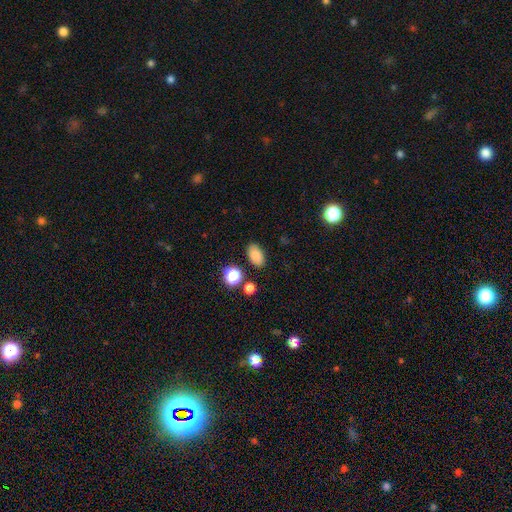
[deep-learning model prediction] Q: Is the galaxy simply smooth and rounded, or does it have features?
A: smooth — 80%.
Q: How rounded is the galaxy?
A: in between — 89%.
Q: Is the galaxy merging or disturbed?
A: none — 84%.